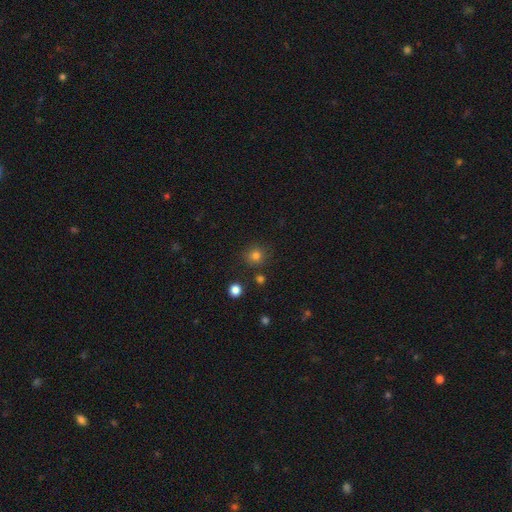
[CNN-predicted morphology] This is likely a smooth galaxy (80%). How rounded: clearly round (90%). Merging: clearly none (85%).